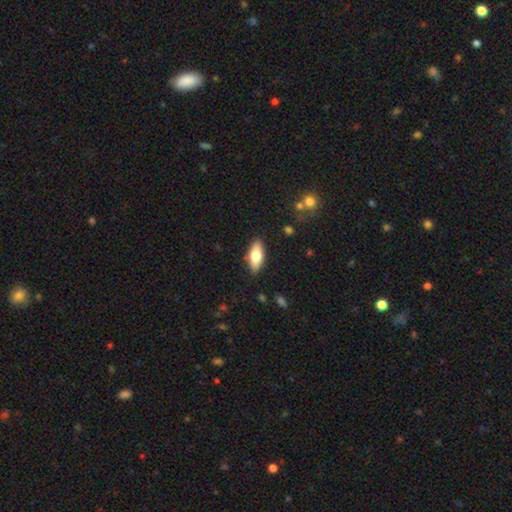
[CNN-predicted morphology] smooth 72%, featured or disk 22%, star or artifact 6%. Down the decision tree: how rounded — in between (78%); merging — none (88%).